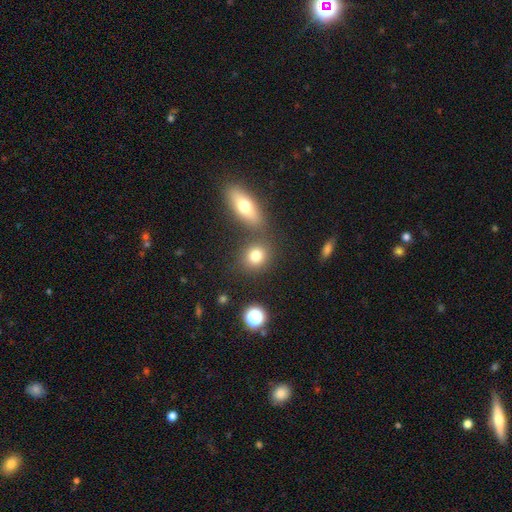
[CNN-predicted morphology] Smooth or featured? smooth (79%)
How rounded? round (72%)
Merging? none (72%)